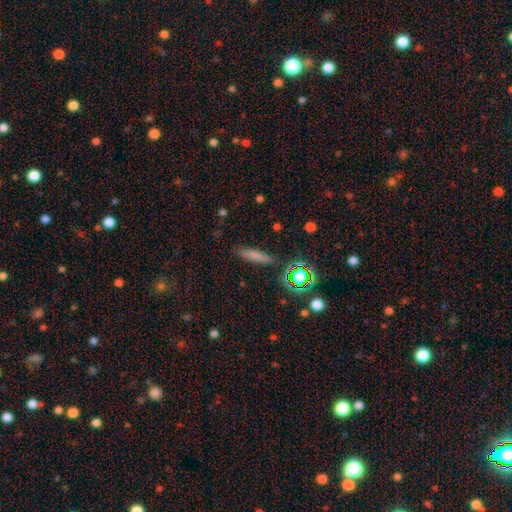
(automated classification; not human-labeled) Overall: smooth (71%). How rounded: cigar-shaped (81%). Merging: none (85%).